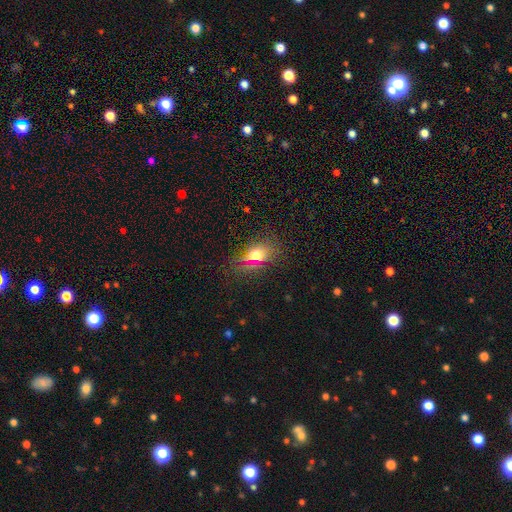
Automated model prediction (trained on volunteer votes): A smooth galaxy with no disk features (67%) that is in between round and cigar-shaped (65%). Merging: none (78%).